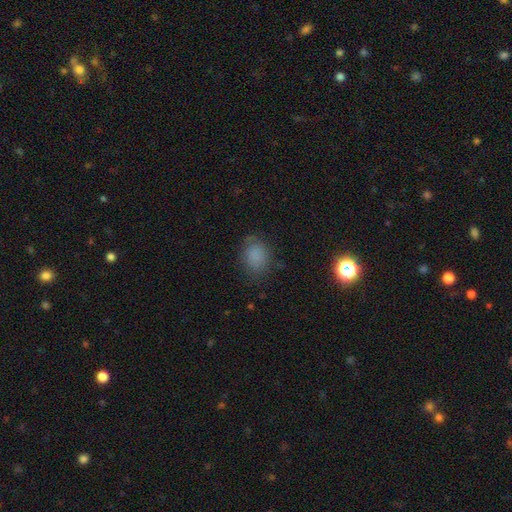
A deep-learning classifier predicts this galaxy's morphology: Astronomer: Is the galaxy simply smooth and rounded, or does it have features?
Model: smooth — 80%.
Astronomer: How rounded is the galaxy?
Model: round — 51% (runner-up: in between, 48%).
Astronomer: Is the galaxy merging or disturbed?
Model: none — 74%.